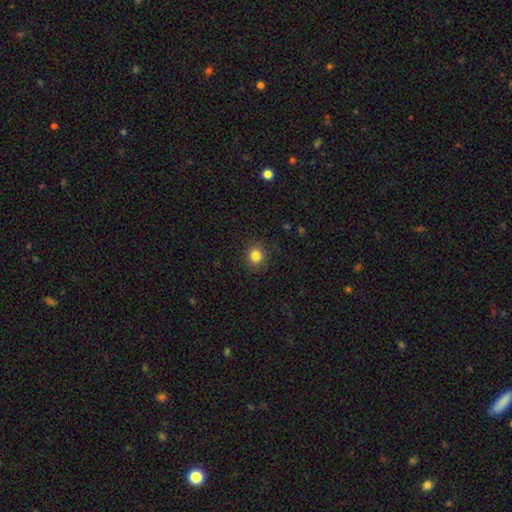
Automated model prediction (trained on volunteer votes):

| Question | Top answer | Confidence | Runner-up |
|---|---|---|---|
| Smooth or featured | smooth | 84% | star or artifact (11%) |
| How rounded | round | 87% | in between (12%) |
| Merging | none | 90% | minor disturbance (7%) |